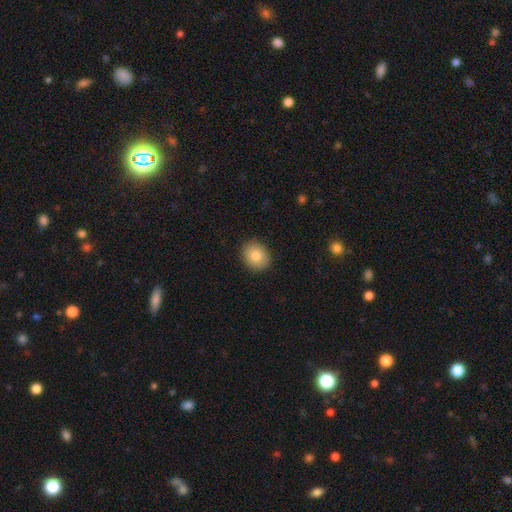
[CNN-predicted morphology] Smooth or featured? Predicted: smooth (p=0.81). How rounded? Predicted: round (p=0.69). Merging? Predicted: none (p=0.90).